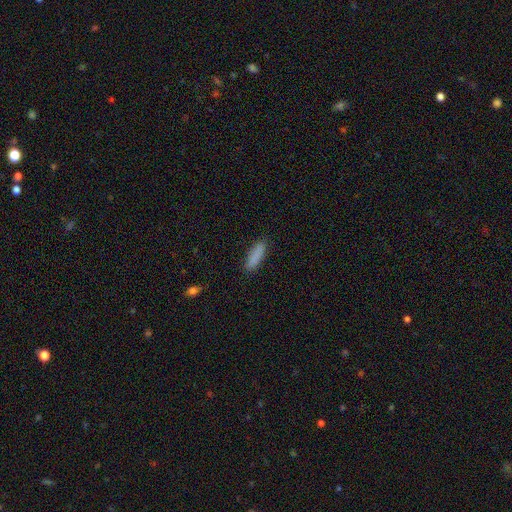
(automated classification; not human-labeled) Morphology: type=smooth (87%); roundness=cigar-shaped (68%); merging=none (88%).